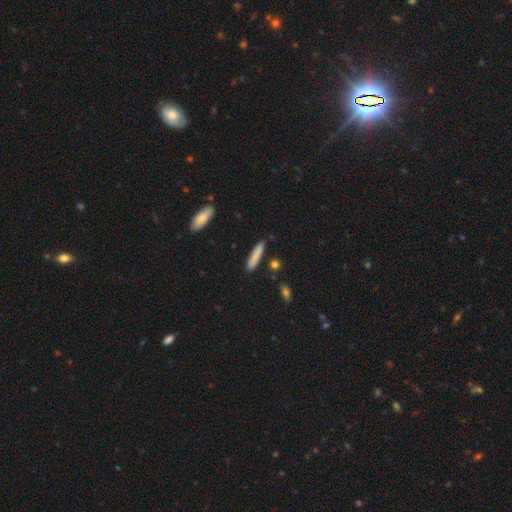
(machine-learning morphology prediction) Overall: smooth (82%). How rounded: cigar-shaped (88%). Merging: none (85%).